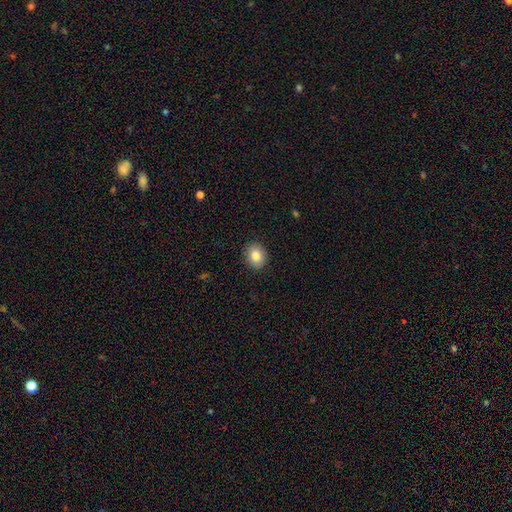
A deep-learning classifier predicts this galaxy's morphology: Smooth or featured? Predicted: smooth (p=0.85). How rounded? Predicted: round (p=0.55). Merging? Predicted: none (p=0.90).